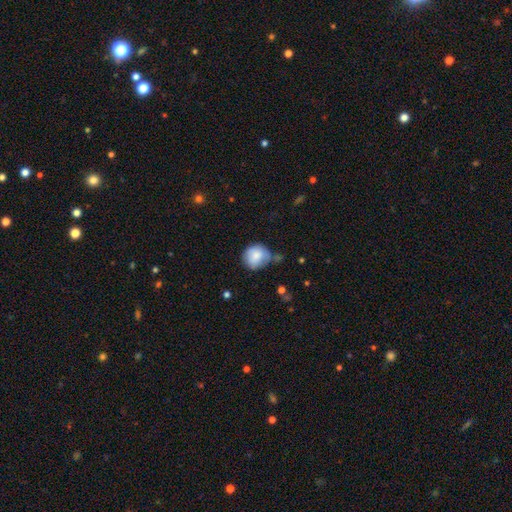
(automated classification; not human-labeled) Smooth or featured?
  - smooth: 81% *
  - featured or disk: 12%
  - star or artifact: 7%
How rounded?
  - round: 86% *
  - in between: 13%
  - cigar-shaped: 1%
Merging?
  - none: 51% *
  - minor disturbance: 31%
  - merger: 9%
  - major disturbance: 9%